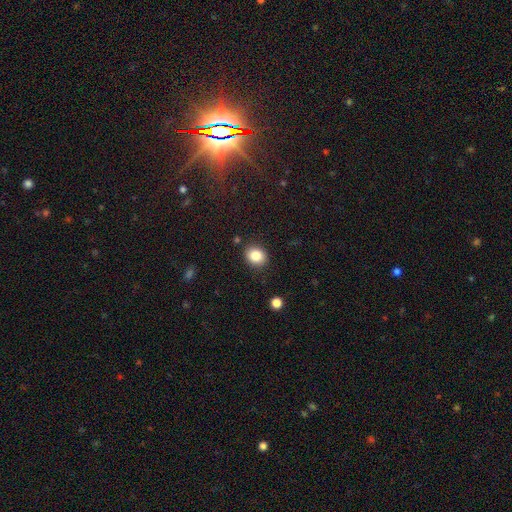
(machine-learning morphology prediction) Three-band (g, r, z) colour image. It shows a smooth galaxy with no disk features (85%) that is round (64%). Merging: none (86%).